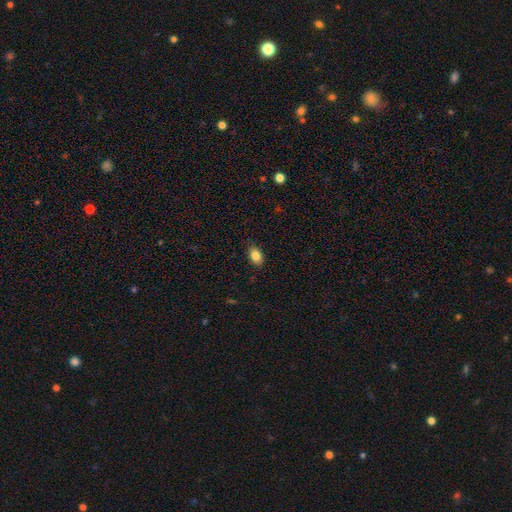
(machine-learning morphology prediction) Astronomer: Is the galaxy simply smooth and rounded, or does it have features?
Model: smooth — 85%.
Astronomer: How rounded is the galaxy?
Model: in between — 82%.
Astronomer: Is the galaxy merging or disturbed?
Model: none — 85%.